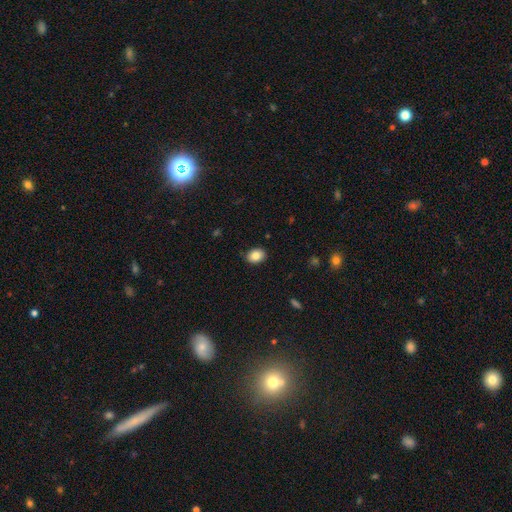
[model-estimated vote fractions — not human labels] Morphology: type=smooth (85%); roundness=in between (67%); merging=none (87%).